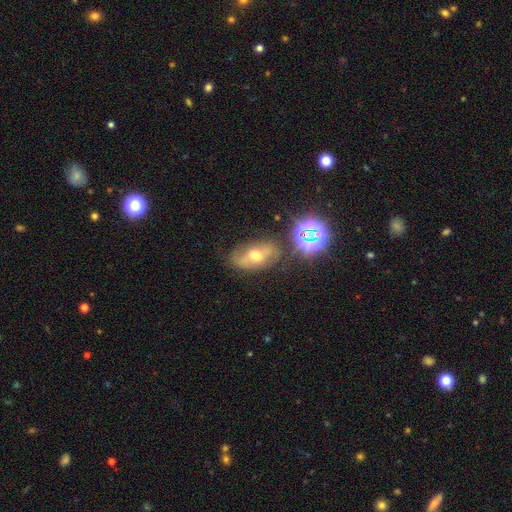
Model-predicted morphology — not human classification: featured or disk 44%, smooth 35%, star or artifact 21%. Down the decision tree: merging — none (66%).